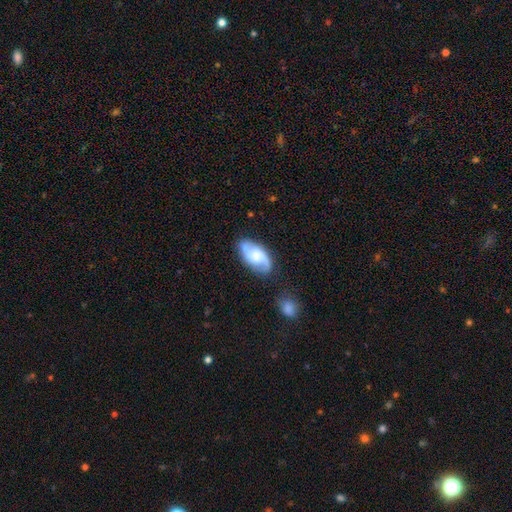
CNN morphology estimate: type=featured or disk (62%); edge-on=no (95%); bar=no (57%); spiral arms=yes (93%); winding=medium (44%); arm count=2 (86%); bulge=moderate (31%); merging=none (73%).